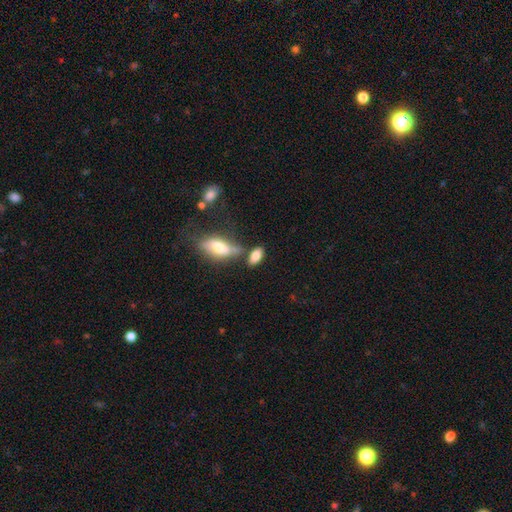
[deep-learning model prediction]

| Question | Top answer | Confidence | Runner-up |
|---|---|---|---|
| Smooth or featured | smooth | 81% | featured or disk (12%) |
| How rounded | in between | 87% | cigar-shaped (9%) |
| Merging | none | 59% | merger (22%) |